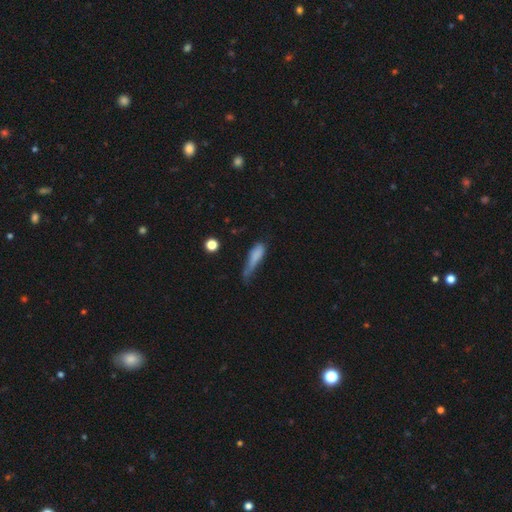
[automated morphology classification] type=smooth (74%); roundness=cigar-shaped (57%); merging=minor disturbance (37%).